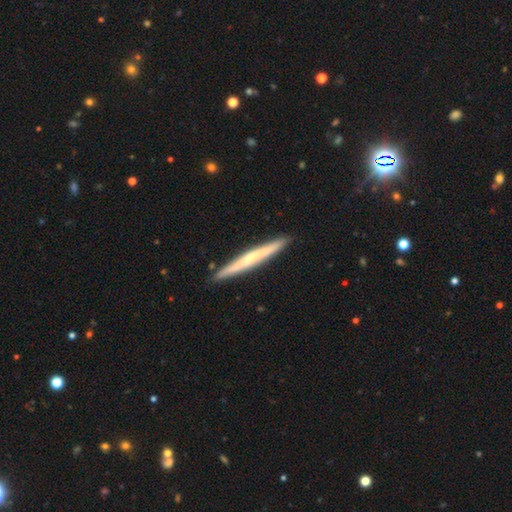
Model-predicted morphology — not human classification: A featured or disk galaxy (54%) viewed edge-on (97%) with no central bulge (61%). Merging: none (91%).